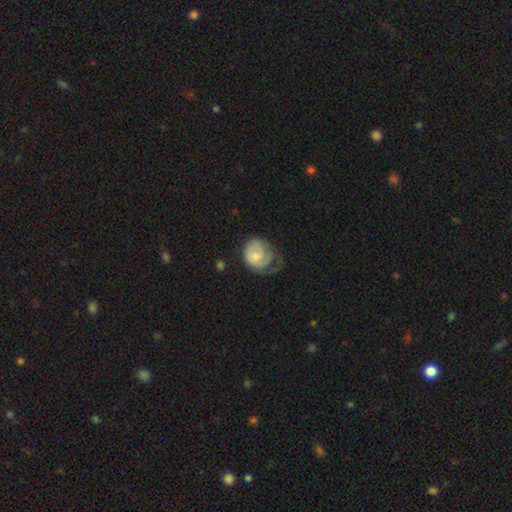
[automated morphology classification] This appears to be a featured or disk galaxy (53%) with no bar (65%), spiral arms (80%) and a small central bulge (42%). Merging: none (37%).